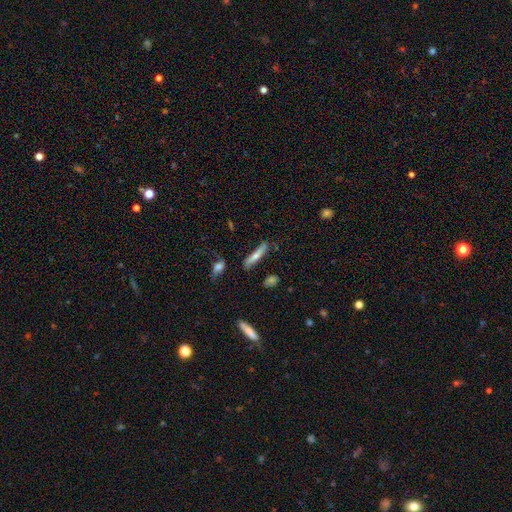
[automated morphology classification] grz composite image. It shows a smooth galaxy with no disk features (60%) that is cigar-shaped (86%). Merging: none (76%).